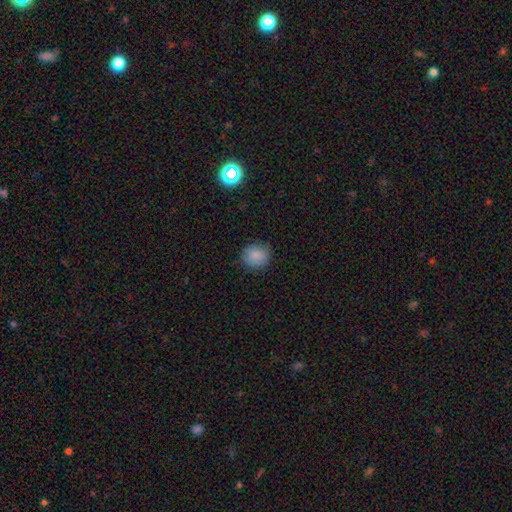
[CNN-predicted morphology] Smooth or featured? Predicted: smooth (p=0.84). How rounded? Predicted: round (p=0.84). Merging? Predicted: none (p=0.83).